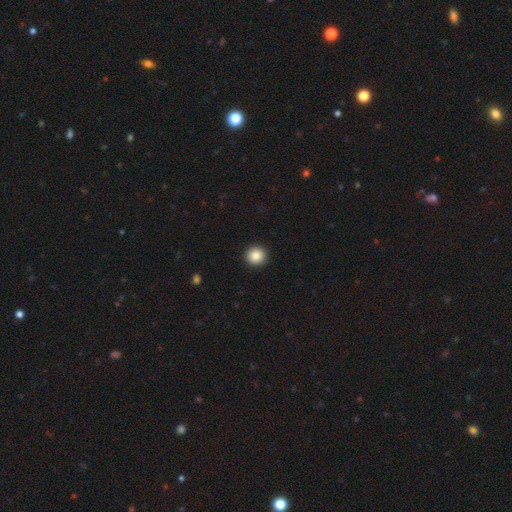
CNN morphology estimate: smooth_or_featured: smooth (p=0.86) [alt: star or artifact p=0.09]
how_rounded: round (p=0.94) [alt: in between p=0.05]
merging: none (p=0.93) [alt: minor disturbance p=0.04]